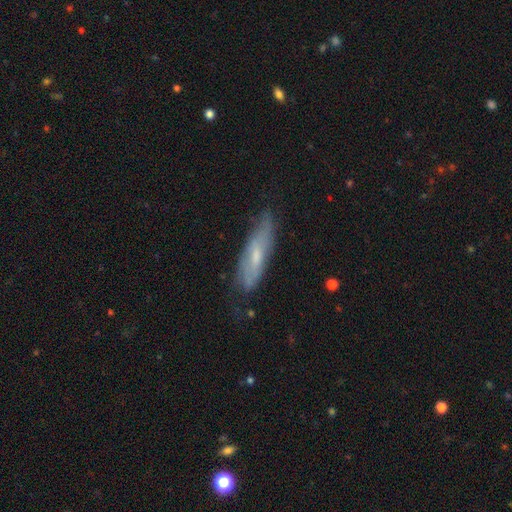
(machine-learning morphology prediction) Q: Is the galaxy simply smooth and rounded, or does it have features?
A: featured or disk — 50%.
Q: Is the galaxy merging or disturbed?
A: none — 64%.